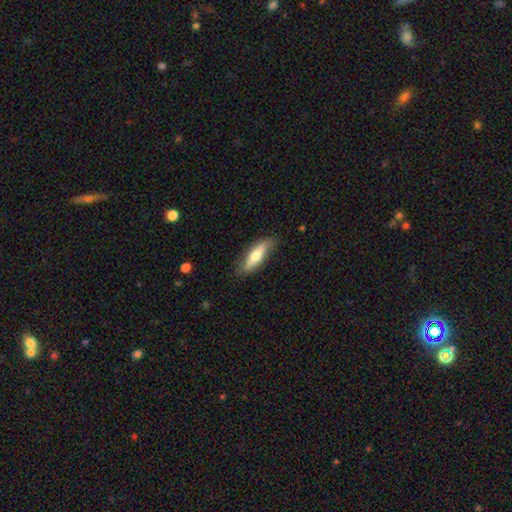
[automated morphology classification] Smooth or featured? smooth (64%)
How rounded? cigar-shaped (57%)
Merging? none (80%)